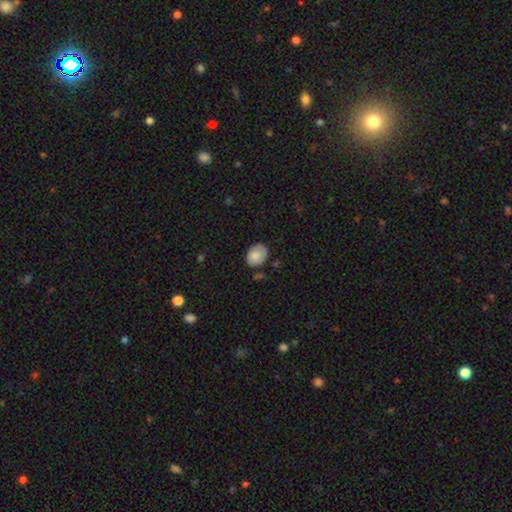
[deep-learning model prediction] This is clearly a smooth galaxy (82%). How rounded: possibly in between (59%). Merging: likely none (69%).